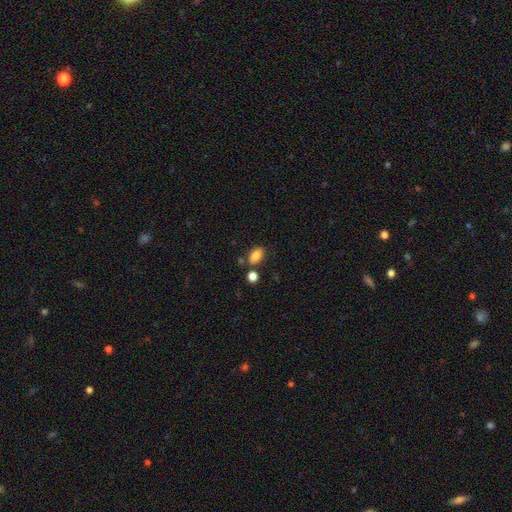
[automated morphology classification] smooth_or_featured: smooth (p=0.85) [alt: star or artifact p=0.09]
how_rounded: in between (p=0.89) [alt: round p=0.08]
merging: none (p=0.72) [alt: minor disturbance p=0.13]